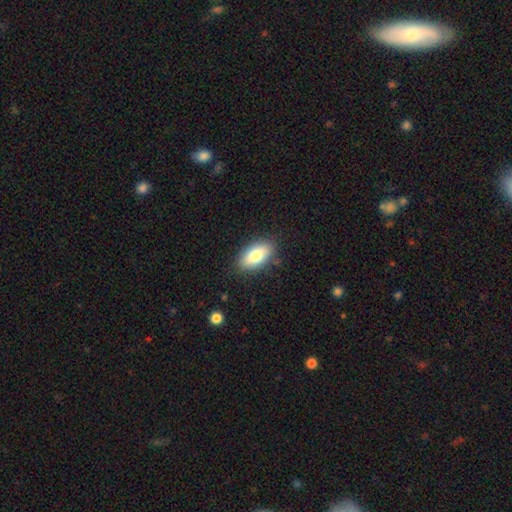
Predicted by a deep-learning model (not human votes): This is likely a smooth galaxy (79%). How rounded: clearly in between (91%). Merging: clearly none (85%).